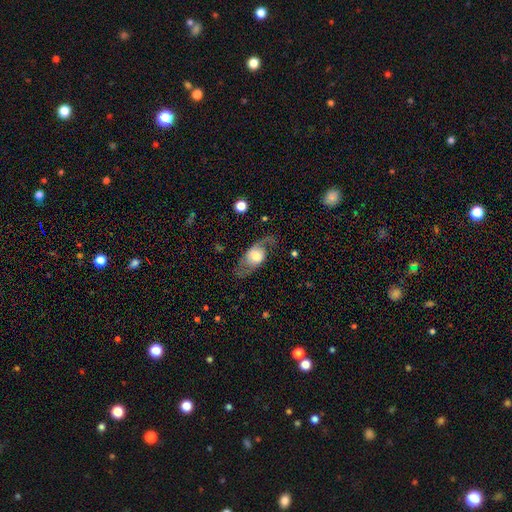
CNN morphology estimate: This is likely a featured or disk galaxy (63%). It is clearly not viewed edge-on (86%). Bar: likely no (64%). Spiral arm pattern: likely yes (76%). Central bulge: possibly moderate (50%). Merging: likely none (67%).